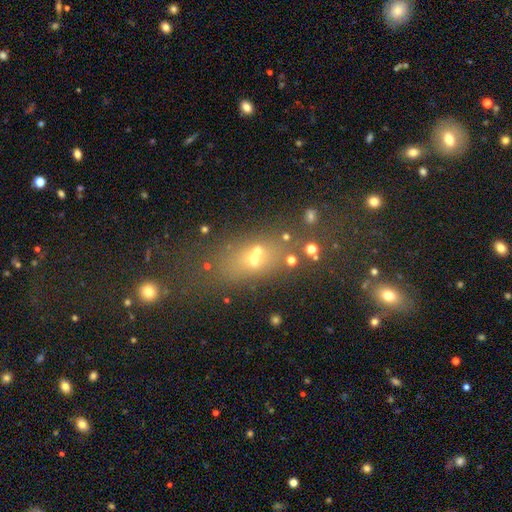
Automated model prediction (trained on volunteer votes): smooth 44%, star or artifact 30%, featured or disk 26%. Down the decision tree: merging — none (46%).